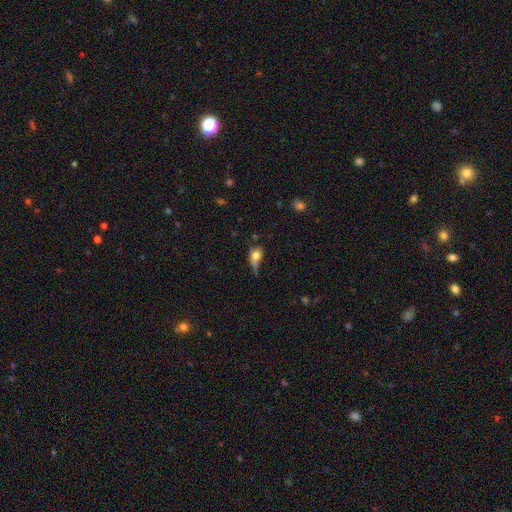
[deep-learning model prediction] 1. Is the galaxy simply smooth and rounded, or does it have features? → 69% smooth, 20% featured or disk, 11% star or artifact.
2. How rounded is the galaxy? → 55% in between, 38% round, 7% cigar-shaped.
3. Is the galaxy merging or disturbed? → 33% none, 29% minor disturbance, 28% major disturbance, 10% merger.